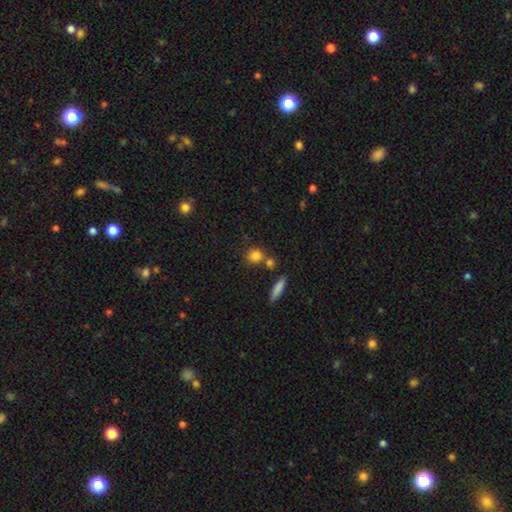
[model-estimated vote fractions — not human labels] Q: Smooth or featured?
A: smooth (82%); runner-up: star or artifact (10%)
Q: How rounded?
A: round (76%); runner-up: in between (19%)
Q: Merging?
A: none (66%); runner-up: merger (20%)